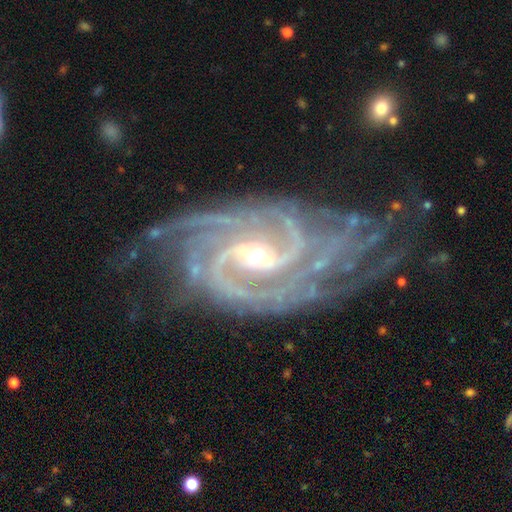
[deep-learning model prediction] This appears to be a featured or disk galaxy (94%) with a weak bar (41%), 2 (47%) tight (45%) spiral arms (99%) and a small central bulge (49%). Merging: none (65%).